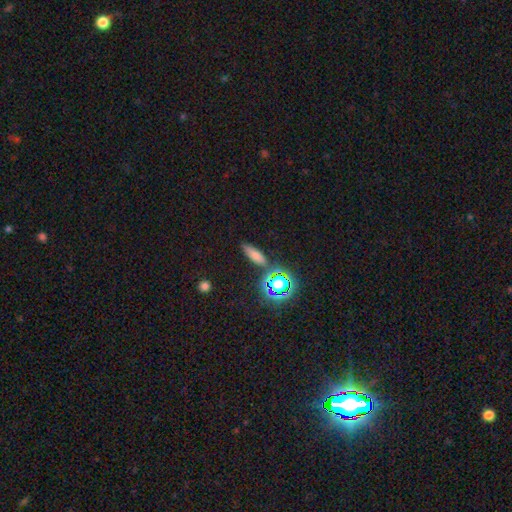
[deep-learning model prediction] Q: Smooth or featured?
A: smooth (66%); runner-up: star or artifact (22%)
Q: How rounded?
A: cigar-shaped (47%); tied with: in between (47%)
Q: Merging?
A: none (79%); runner-up: minor disturbance (12%)